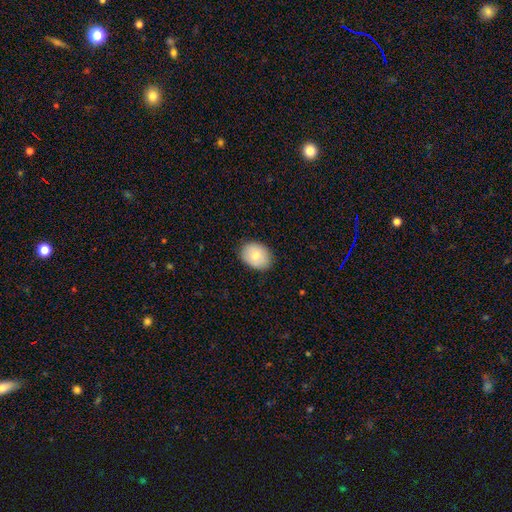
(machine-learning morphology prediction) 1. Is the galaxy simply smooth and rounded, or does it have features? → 78% smooth, 15% featured or disk, 7% star or artifact.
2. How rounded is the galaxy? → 65% in between, 35% round, 1% cigar-shaped.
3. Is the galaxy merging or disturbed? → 86% none, 11% minor disturbance, 2% major disturbance, 1% merger.